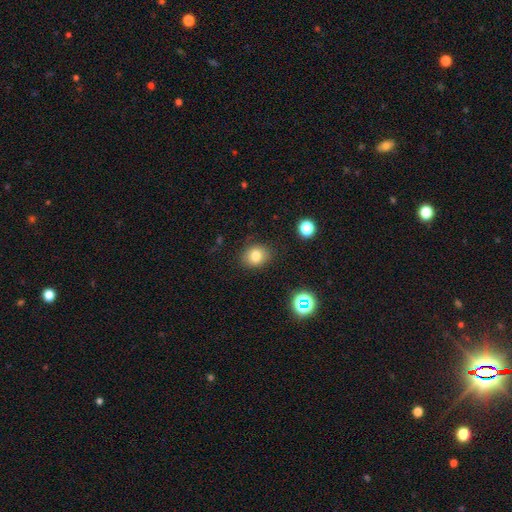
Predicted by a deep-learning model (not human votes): Smooth or featured? Predicted: smooth (p=0.79). How rounded? Predicted: round (p=0.67). Merging? Predicted: none (p=0.84).